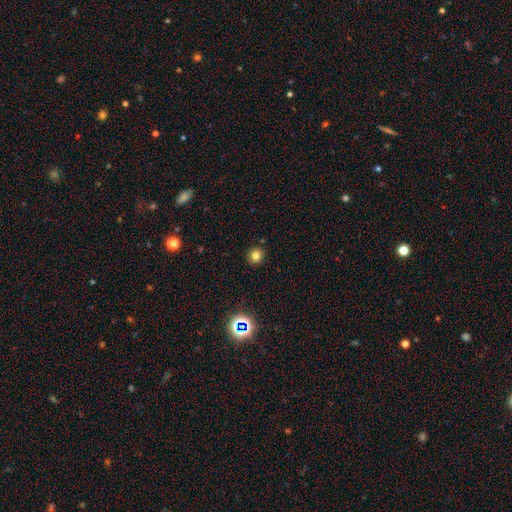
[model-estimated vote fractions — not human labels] Smooth or featured: smooth — 78% (star or artifact — 17%)
How rounded: round — 93% (in between — 7%)
Merging: none — 91% (minor disturbance — 6%)